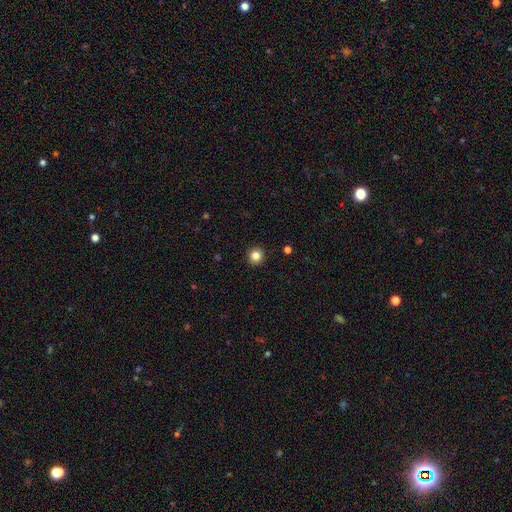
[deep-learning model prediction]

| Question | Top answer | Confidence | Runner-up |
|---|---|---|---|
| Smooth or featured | smooth | 84% | star or artifact (12%) |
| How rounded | round | 95% | in between (4%) |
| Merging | none | 93% | minor disturbance (4%) |